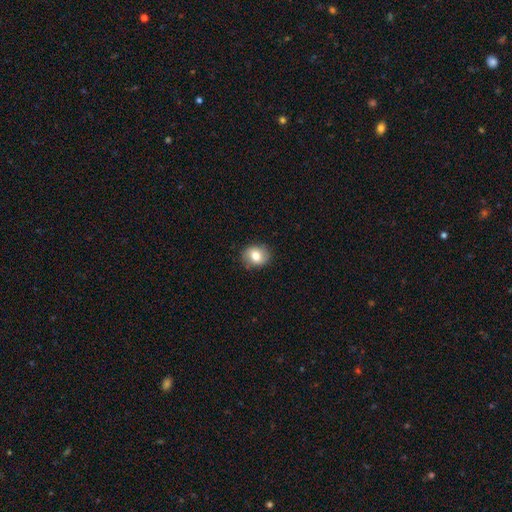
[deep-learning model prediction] Smooth or featured? smooth (76%)
How rounded? round (61%)
Merging? none (84%)